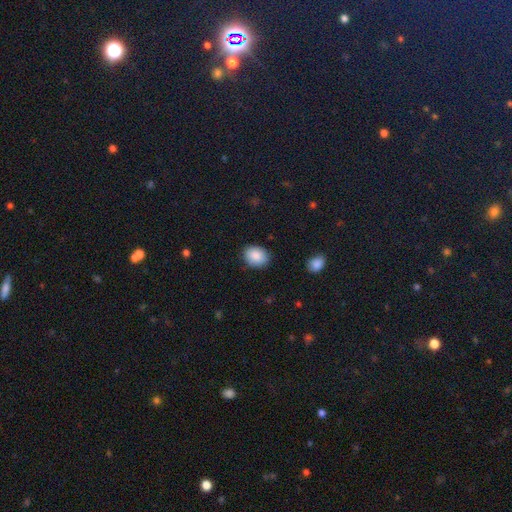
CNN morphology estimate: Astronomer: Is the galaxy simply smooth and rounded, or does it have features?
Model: smooth — 88%.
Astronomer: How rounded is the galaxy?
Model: in between — 61% (runner-up: round, 38%).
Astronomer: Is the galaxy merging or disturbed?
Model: none — 85%.